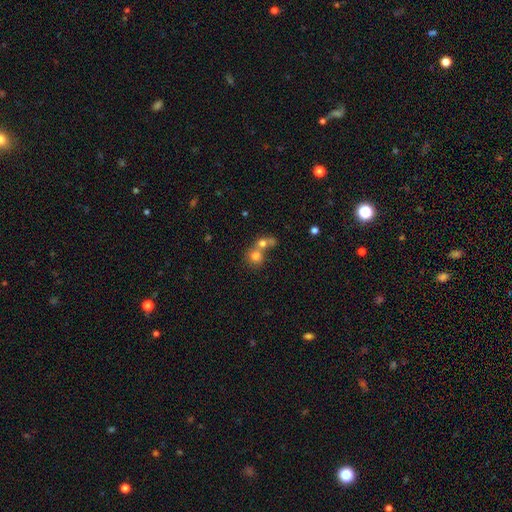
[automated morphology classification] A smooth galaxy with no disk features (74%) that is round (81%). Merging: merger (56%).